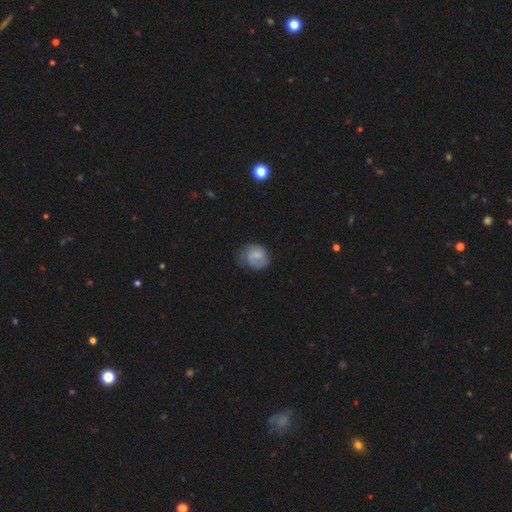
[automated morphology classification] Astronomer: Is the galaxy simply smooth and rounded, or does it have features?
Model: smooth — 63%.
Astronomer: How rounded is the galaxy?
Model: round — 66%.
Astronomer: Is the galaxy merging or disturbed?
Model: none — 50% (runner-up: minor disturbance, 30%).